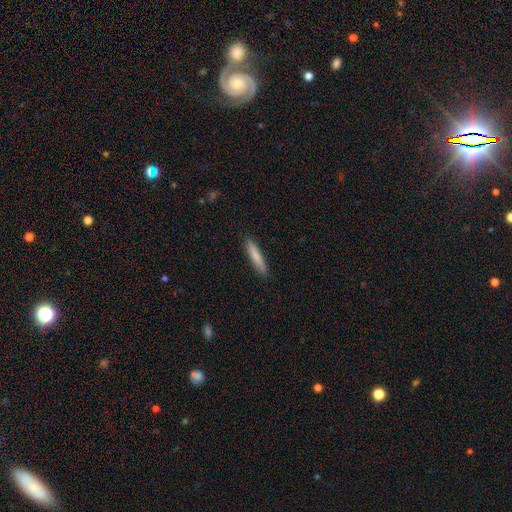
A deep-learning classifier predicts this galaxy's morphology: smooth_or_featured: smooth (p=0.80) [alt: featured or disk p=0.14]
how_rounded: cigar-shaped (p=0.91) [alt: in between p=0.08]
merging: none (p=0.90) [alt: minor disturbance p=0.08]